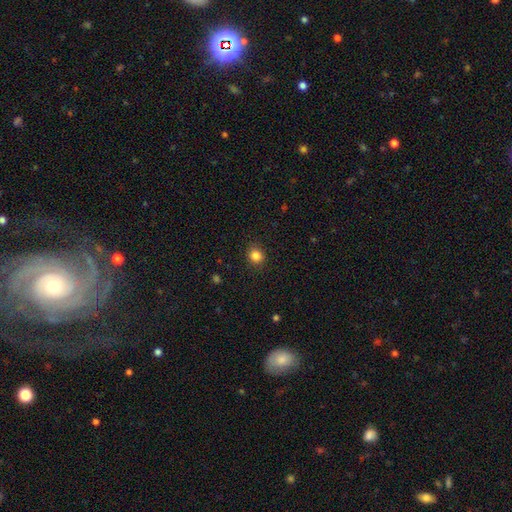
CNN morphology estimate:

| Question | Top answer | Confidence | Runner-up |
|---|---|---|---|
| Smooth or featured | smooth | 85% | star or artifact (11%) |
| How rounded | round | 83% | in between (16%) |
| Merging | none | 88% | minor disturbance (8%) |